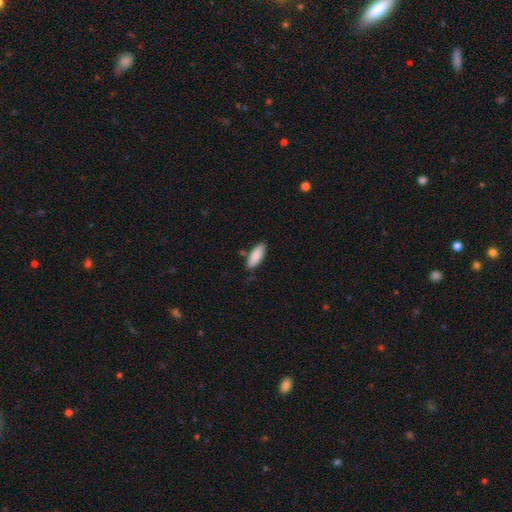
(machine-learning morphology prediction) The model was most divided on "how rounded": in between: 72%, cigar-shaped: 26%, round: 2%. More confident: smooth or featured — smooth (88%); merging — none (79%).